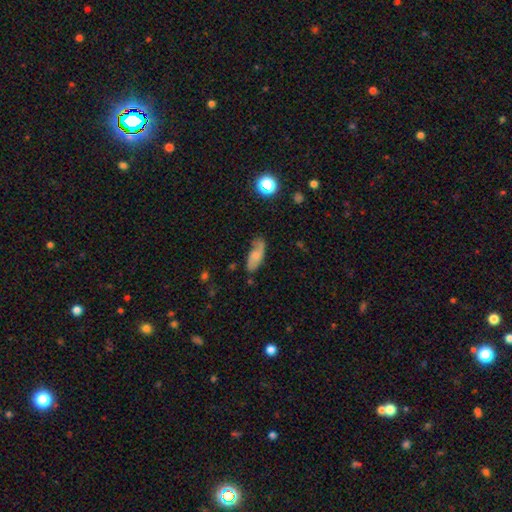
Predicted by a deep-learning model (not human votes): The model was most divided on "smooth or featured": smooth: 57%, featured or disk: 35%, star or artifact: 8%. More confident: how rounded — in between (78%); merging — none (60%).